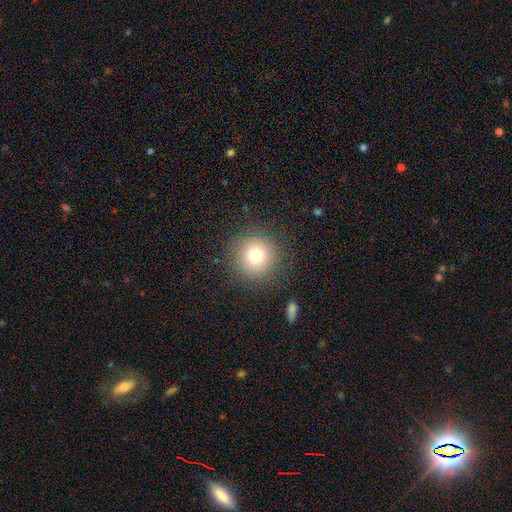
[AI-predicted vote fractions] Smooth or featured? Predicted: smooth (p=0.77). How rounded? Predicted: round (p=0.95). Merging? Predicted: none (p=0.88).